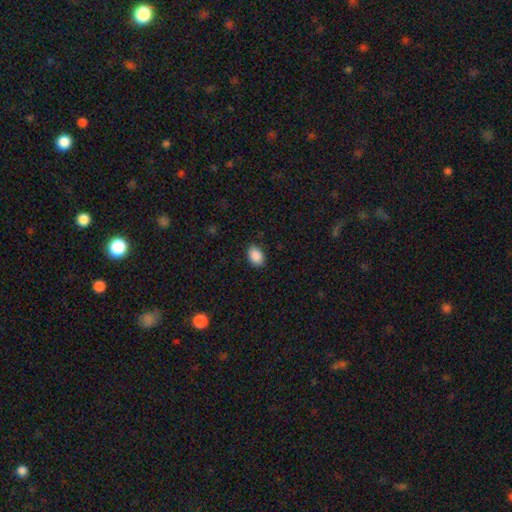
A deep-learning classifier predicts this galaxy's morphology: Smooth or featured?
  - smooth: 90% *
  - star or artifact: 8%
  - featured or disk: 3%
How rounded?
  - in between: 80% *
  - round: 19%
  - cigar-shaped: 1%
Merging?
  - none: 85% *
  - minor disturbance: 11%
  - major disturbance: 2%
  - merger: 1%